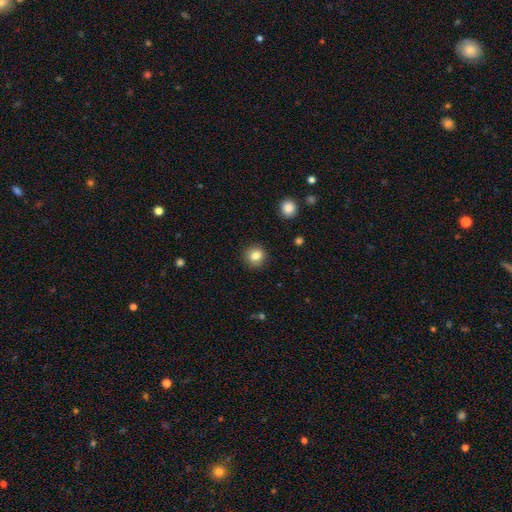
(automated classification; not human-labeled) A smooth galaxy with no disk features (83%) that is round (87%). Merging: none (90%).